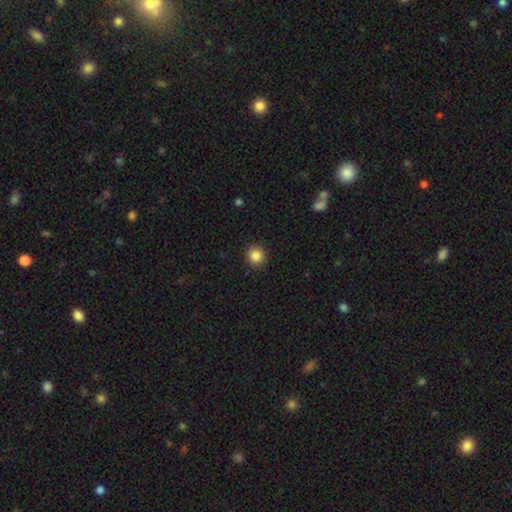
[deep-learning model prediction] This appears to be a smooth galaxy with no disk features (86%) that is round (93%). Merging: none (92%).